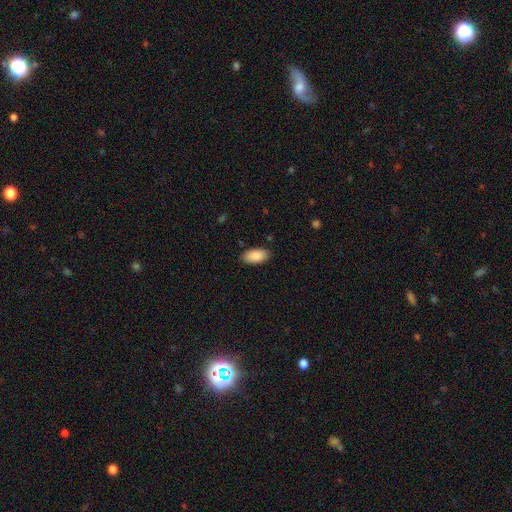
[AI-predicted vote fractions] Smooth or featured? smooth (90%)
How rounded? in between (94%)
Merging? none (88%)